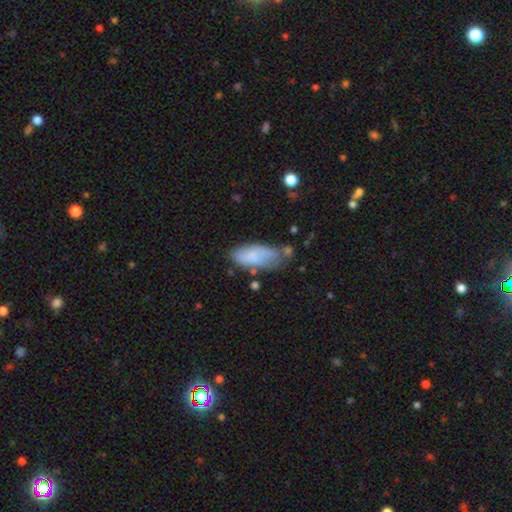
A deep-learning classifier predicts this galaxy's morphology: The model was most divided on "merging": none: 48%, minor disturbance: 33%, major disturbance: 11%, merger: 9%. More confident: how rounded — in between (86%); smooth or featured — smooth (77%).